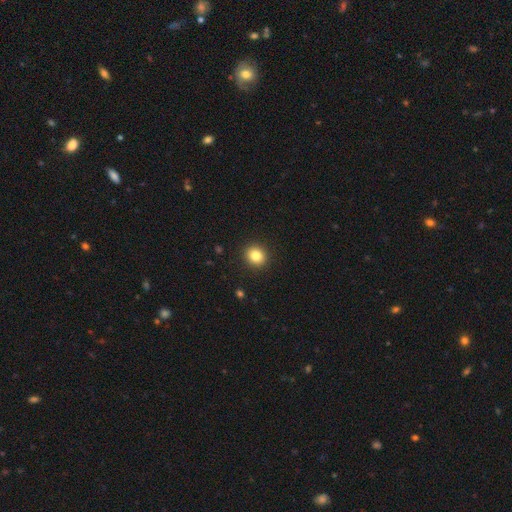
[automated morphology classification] The model was most divided on "how rounded": round: 80%, in between: 19%, cigar-shaped: 1%. More confident: merging — none (92%); smooth or featured — smooth (84%).